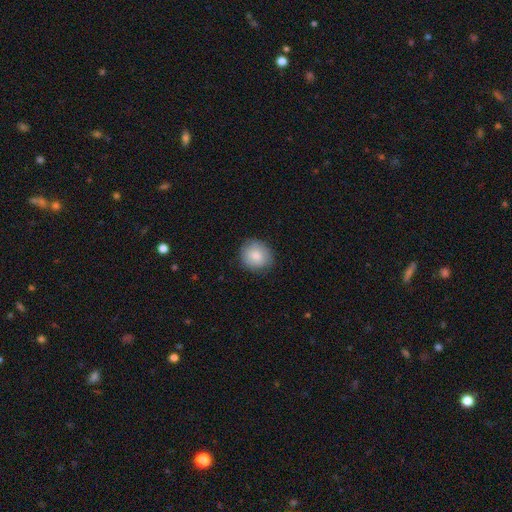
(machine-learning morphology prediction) Q: Smooth or featured?
A: smooth (82%); runner-up: featured or disk (11%)
Q: How rounded?
A: round (83%); runner-up: in between (16%)
Q: Merging?
A: none (83%); runner-up: minor disturbance (13%)